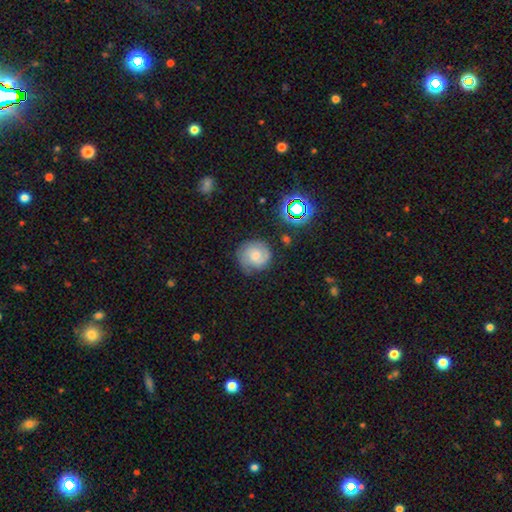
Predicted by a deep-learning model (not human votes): Overall: featured or disk (57%; smooth 33%). Edge-on disk: no (98%). Bar: no (66%; weak 30%). Spiral arms: yes (91%). Spiral arm count: 2 (59%). Spiral winding: tight (52%; medium 37%). Bulge size: small (43%, tied with moderate). Merging: none (71%).